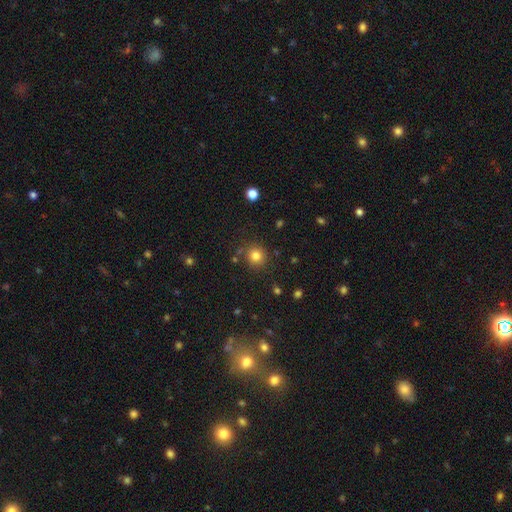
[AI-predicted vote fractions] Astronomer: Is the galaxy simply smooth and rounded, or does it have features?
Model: smooth — 81%.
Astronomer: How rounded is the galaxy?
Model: round — 91%.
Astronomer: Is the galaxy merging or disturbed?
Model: none — 83%.